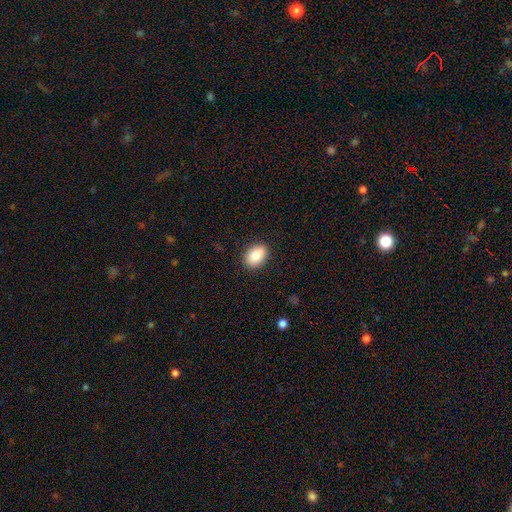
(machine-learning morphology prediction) smooth-or-featured: smooth: 85% | featured or disk: 8% | star or artifact: 7%
  how-rounded: in between: 78% | round: 21% | cigar-shaped: 1%
  merging: none: 86% | minor disturbance: 10% | major disturbance: 2% | merger: 1%